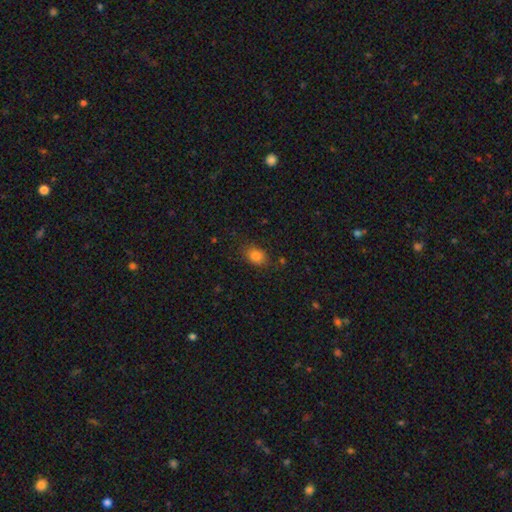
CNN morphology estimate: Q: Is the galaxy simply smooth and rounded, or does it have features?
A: smooth — 82%.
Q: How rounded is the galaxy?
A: in between — 66%.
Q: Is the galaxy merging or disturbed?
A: none — 80%.